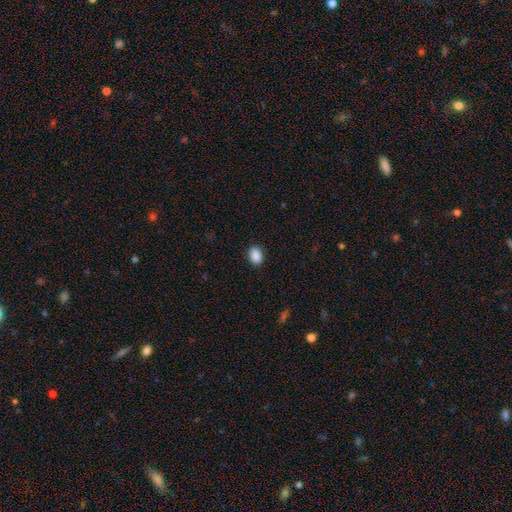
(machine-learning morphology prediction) This is clearly a smooth galaxy (90%). How rounded: likely in between (79%). Merging: clearly none (88%).